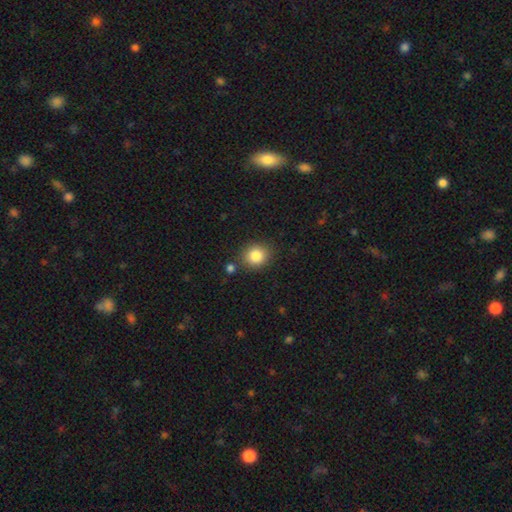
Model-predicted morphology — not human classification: Smooth or featured? smooth (85%)
How rounded? round (79%)
Merging? none (84%)